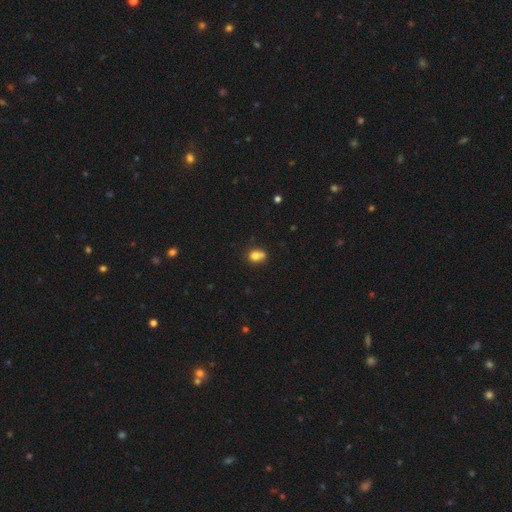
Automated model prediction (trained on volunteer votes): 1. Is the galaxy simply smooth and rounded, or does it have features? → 75% smooth, 13% featured or disk, 12% star or artifact.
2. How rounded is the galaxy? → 55% round, 44% in between, 1% cigar-shaped.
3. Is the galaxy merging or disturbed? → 43% none, 32% merger, 18% minor disturbance, 7% major disturbance.